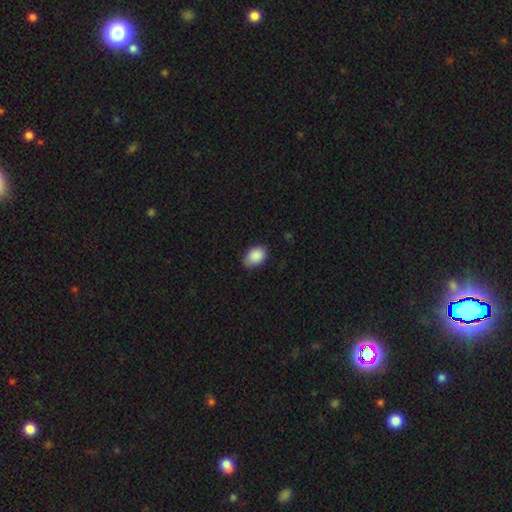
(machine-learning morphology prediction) Overall: smooth (90%). How rounded: in between (81%). Merging: none (79%).